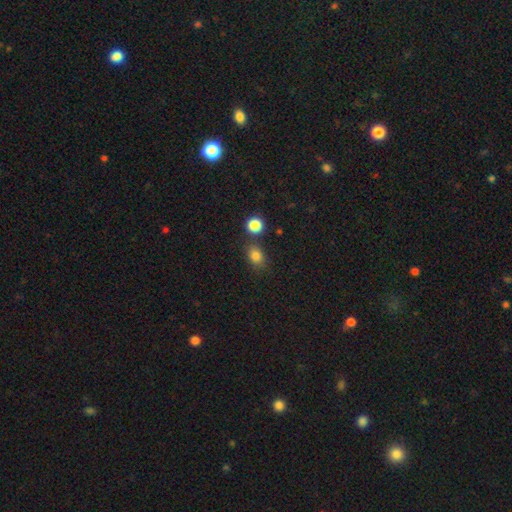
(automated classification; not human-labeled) Overall: smooth (81%). How rounded: in between (56%; round 42%). Merging: none (72%).